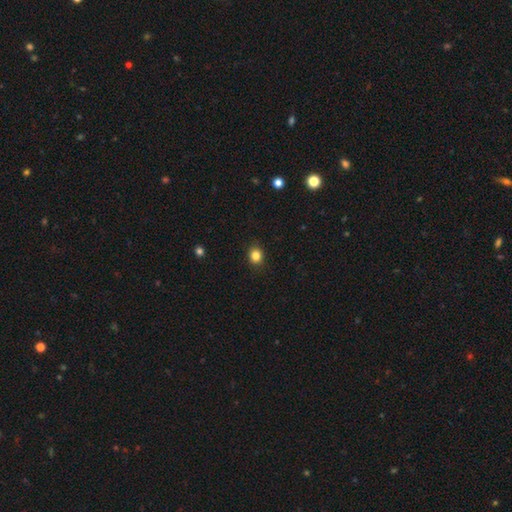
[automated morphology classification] A smooth galaxy with no disk features (84%) that is round (73%).

Vote fractions:
- Smooth or featured? smooth: 84% / star or artifact: 12% / featured or disk: 5%
- How rounded? round: 73% / in between: 26% / cigar-shaped: 1%
- Merging? none: 90% / minor disturbance: 7% / major disturbance: 2% / merger: 1%